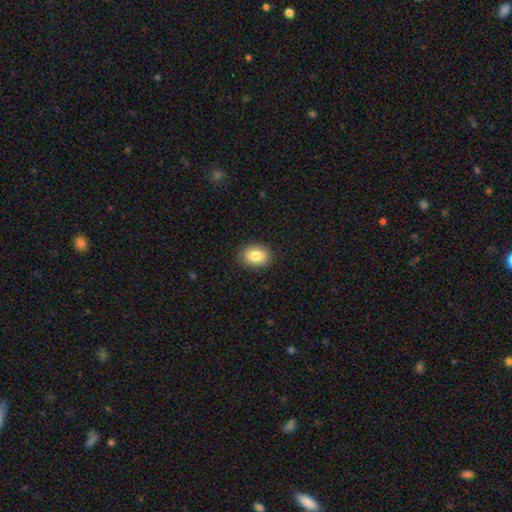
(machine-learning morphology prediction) This is clearly a smooth galaxy (85%). How rounded: likely in between (71%). Merging: clearly none (88%).